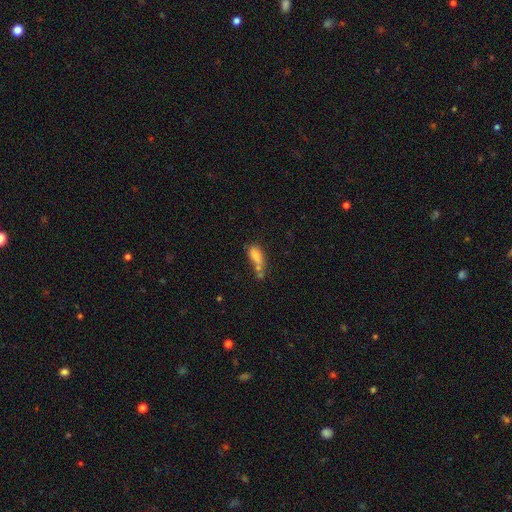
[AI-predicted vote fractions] A smooth galaxy with no disk features (69%) that is in between round and cigar-shaped (73%).

Vote fractions:
- Smooth or featured? smooth: 69% / featured or disk: 18% / star or artifact: 12%
- How rounded? in between: 73% / cigar-shaped: 19% / round: 8%
- Merging? merger: 40% / none: 29% / minor disturbance: 18% / major disturbance: 13%